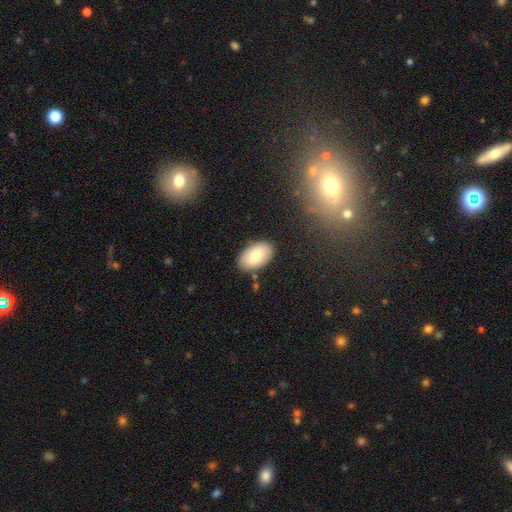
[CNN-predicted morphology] Smooth or featured? smooth (75%)
How rounded? in between (93%)
Merging? none (84%)